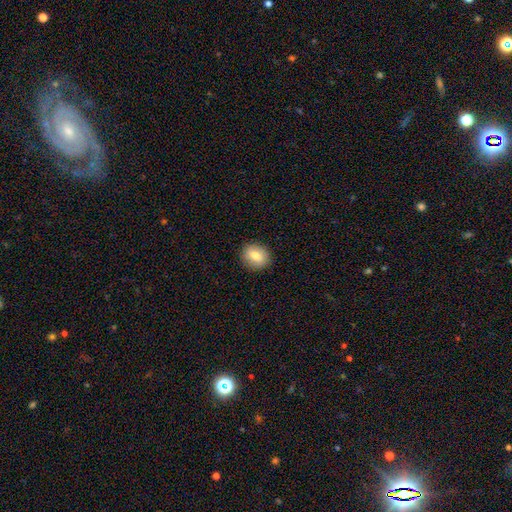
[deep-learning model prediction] Smooth or featured?
  - smooth: 78% *
  - featured or disk: 14%
  - star or artifact: 8%
How rounded?
  - round: 62% *
  - in between: 37%
  - cigar-shaped: 1%
Merging?
  - none: 89% *
  - minor disturbance: 8%
  - major disturbance: 2%
  - merger: 1%